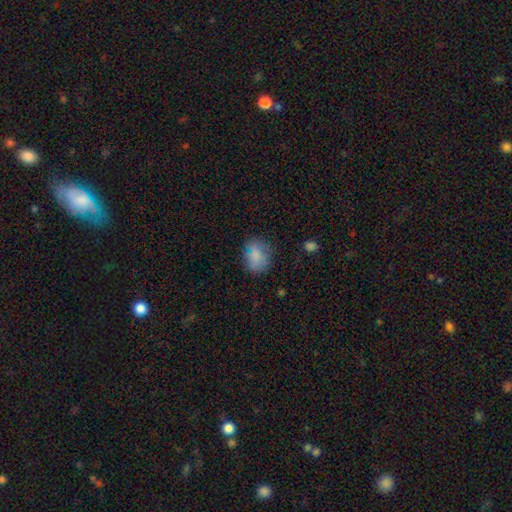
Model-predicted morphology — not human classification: The model was most divided on "how rounded": in between: 55%, round: 44%, cigar-shaped: 1%. More confident: smooth or featured — smooth (78%); merging — none (66%).